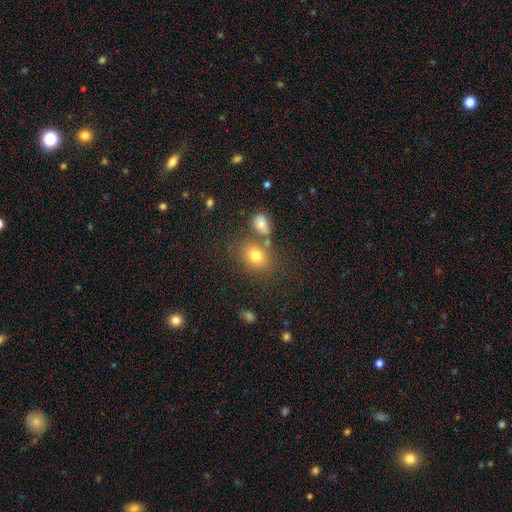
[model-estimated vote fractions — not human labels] smooth-or-featured: smooth: 75% | featured or disk: 13% | star or artifact: 12%
  how-rounded: in between: 57% | round: 42% | cigar-shaped: 1%
  merging: none: 60% | merger: 20% | minor disturbance: 13% | major disturbance: 6%